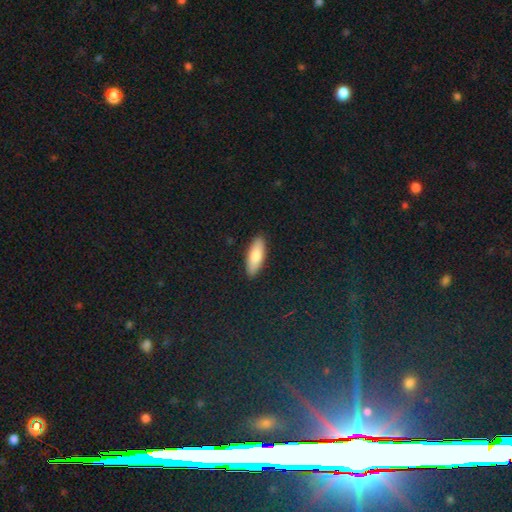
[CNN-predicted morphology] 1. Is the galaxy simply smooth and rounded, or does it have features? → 80% smooth, 15% featured or disk, 6% star or artifact.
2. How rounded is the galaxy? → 63% in between, 35% cigar-shaped, 2% round.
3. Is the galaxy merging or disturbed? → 90% none, 7% minor disturbance, 2% major disturbance, 1% merger.